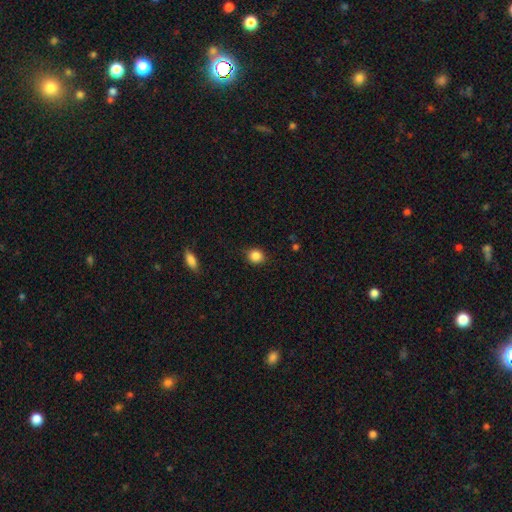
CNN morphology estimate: Smooth or featured?
  - smooth: 86% *
  - star or artifact: 10%
  - featured or disk: 4%
How rounded?
  - round: 78% *
  - in between: 20%
  - cigar-shaped: 1%
Merging?
  - none: 86% *
  - minor disturbance: 11%
  - major disturbance: 3%
  - merger: 1%